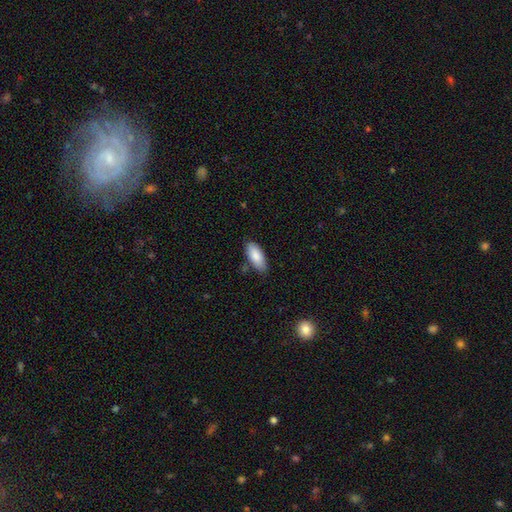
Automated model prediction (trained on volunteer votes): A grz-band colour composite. It shows a smooth galaxy with no disk features (86%) that is in between round and cigar-shaped (86%). Merging: none (80%).